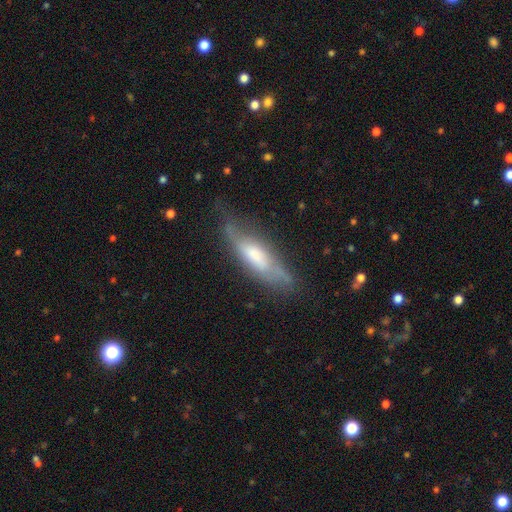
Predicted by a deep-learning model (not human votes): Smooth or featured: featured or disk — 51% (smooth — 42%)
Edge-on disk: yes — 50% (tied with no — 50%)
Merging: none — 57% (minor disturbance — 28%)